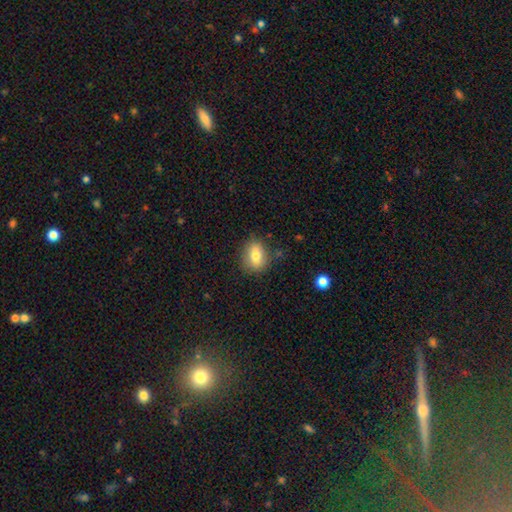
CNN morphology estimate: This is likely a smooth galaxy (75%). How rounded: likely in between (66%). Merging: likely none (79%).